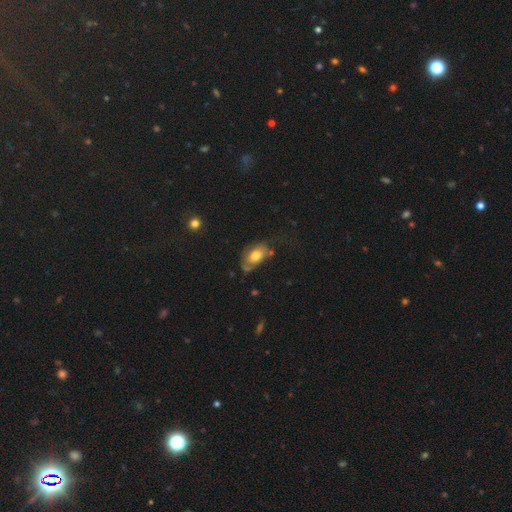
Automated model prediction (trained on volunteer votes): Smooth or featured?
  - smooth: 61% *
  - featured or disk: 31%
  - star or artifact: 8%
How rounded?
  - in between: 88% *
  - round: 10%
  - cigar-shaped: 2%
Merging?
  - none: 44% *
  - minor disturbance: 31%
  - major disturbance: 19%
  - merger: 6%